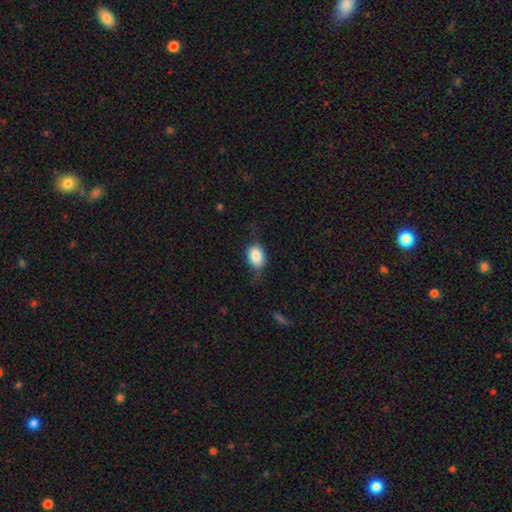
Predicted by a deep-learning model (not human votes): Smooth or featured? Predicted: smooth (p=0.80). How rounded? Predicted: in between (p=0.68). Merging? Predicted: none (p=0.53).